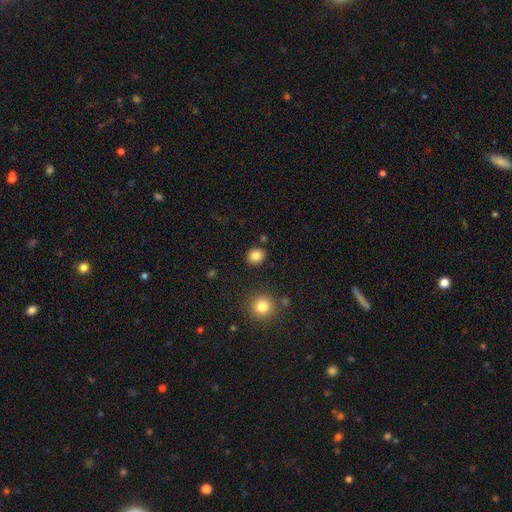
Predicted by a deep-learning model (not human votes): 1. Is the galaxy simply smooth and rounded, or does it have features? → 85% smooth, 11% star or artifact, 5% featured or disk.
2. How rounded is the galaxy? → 83% round, 17% in between, 1% cigar-shaped.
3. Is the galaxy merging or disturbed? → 87% none, 7% minor disturbance, 3% merger, 3% major disturbance.